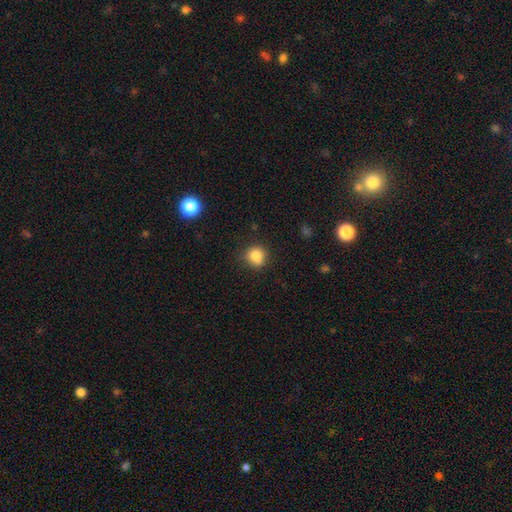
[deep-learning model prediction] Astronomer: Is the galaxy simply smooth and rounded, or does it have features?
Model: smooth — 83%.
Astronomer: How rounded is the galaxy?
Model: round — 86%.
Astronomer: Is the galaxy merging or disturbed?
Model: none — 76%.